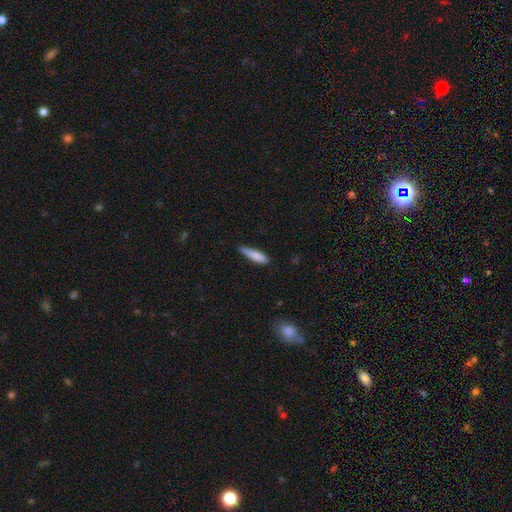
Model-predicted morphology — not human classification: Smooth or featured? smooth (83%)
How rounded? cigar-shaped (80%)
Merging? none (67%)